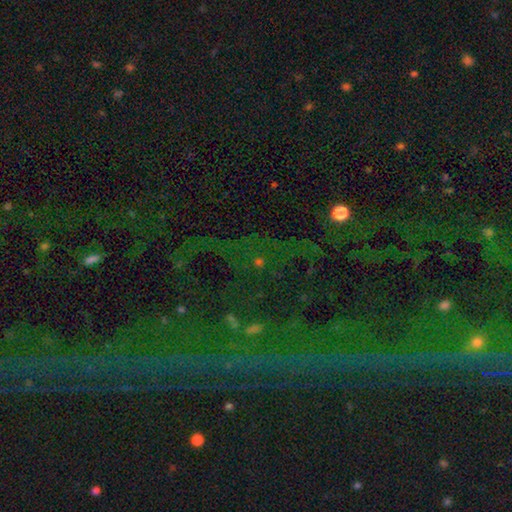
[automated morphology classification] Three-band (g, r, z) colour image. It shows a star or artifact, not a galaxy (83%).